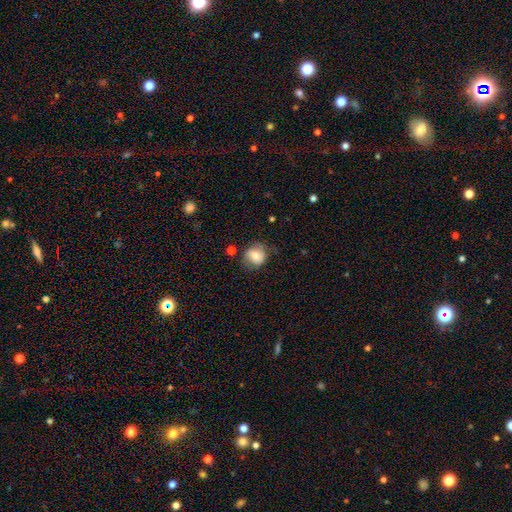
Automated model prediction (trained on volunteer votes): Q: Smooth or featured?
A: smooth (67%); runner-up: featured or disk (25%)
Q: How rounded?
A: round (75%); runner-up: in between (24%)
Q: Merging?
A: none (65%); runner-up: minor disturbance (24%)